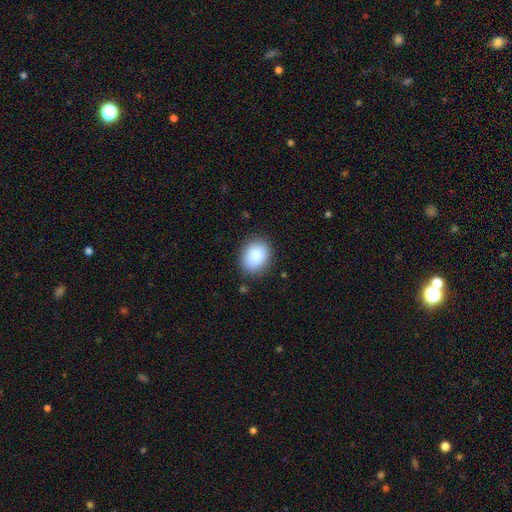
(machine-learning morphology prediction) smooth-or-featured: smooth: 88% | star or artifact: 7% | featured or disk: 5%
  how-rounded: in between: 52% | round: 47% | cigar-shaped: 1%
  merging: none: 86% | minor disturbance: 10% | major disturbance: 3% | merger: 1%